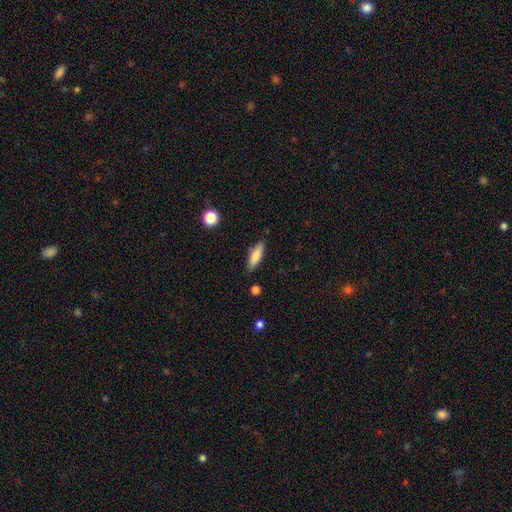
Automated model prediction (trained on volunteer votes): This is likely a smooth galaxy (79%). How rounded: possibly cigar-shaped (56%). Merging: clearly none (85%).